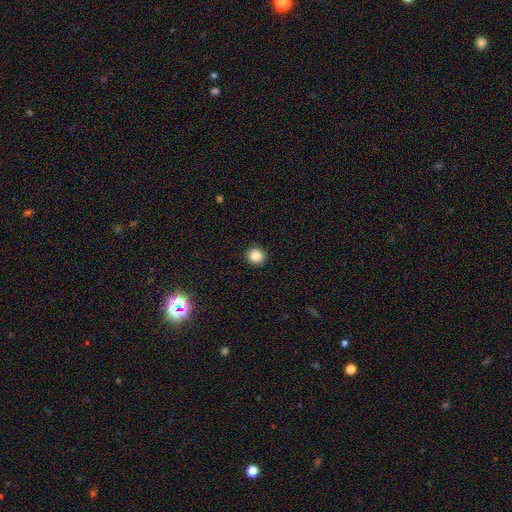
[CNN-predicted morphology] smooth_or_featured: smooth (p=0.86) [alt: star or artifact p=0.10]
how_rounded: round (p=0.92) [alt: in between p=0.07]
merging: none (p=0.93) [alt: minor disturbance p=0.05]